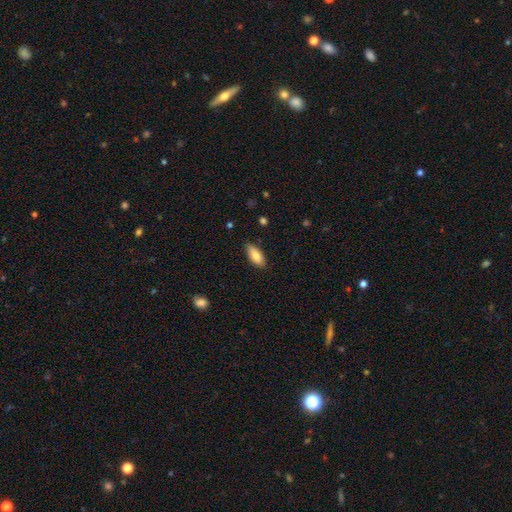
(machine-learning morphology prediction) A smooth galaxy with no disk features (85%) that is in between round and cigar-shaped (82%). Merging: none (86%).